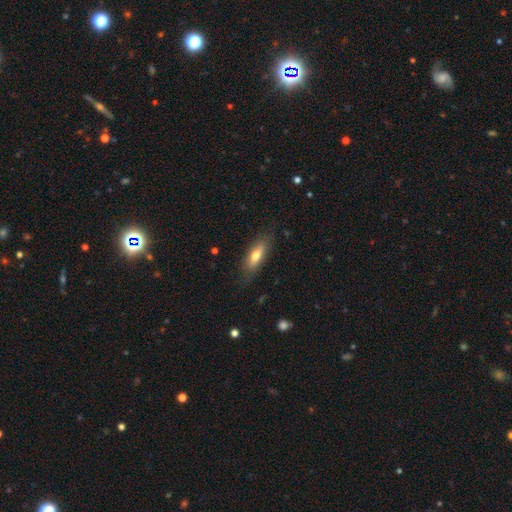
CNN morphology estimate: This is likely a smooth galaxy (68%). How rounded: possibly in between (58%). Merging: likely none (79%).